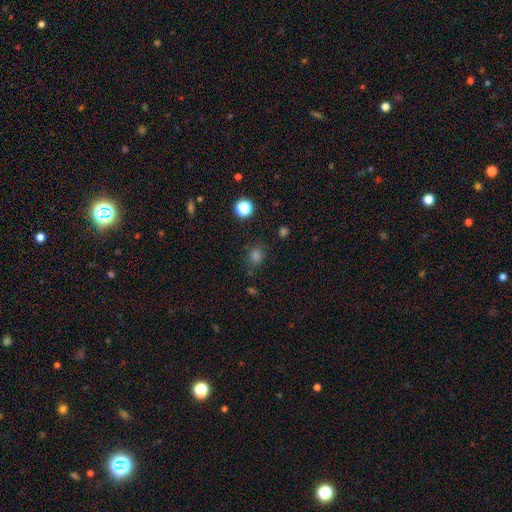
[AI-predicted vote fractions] A smooth galaxy with no disk features (71%) that is round (79%).

Vote fractions:
- Smooth or featured? smooth: 71% / star or artifact: 24% / featured or disk: 5%
- How rounded? round: 79% / in between: 20% / cigar-shaped: 1%
- Merging? none: 80% / minor disturbance: 13% / major disturbance: 5% / merger: 3%